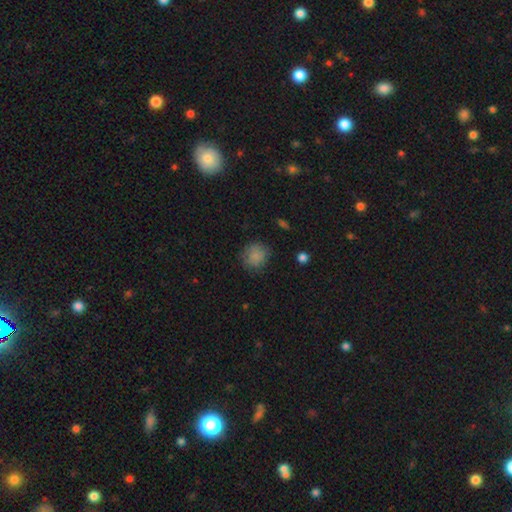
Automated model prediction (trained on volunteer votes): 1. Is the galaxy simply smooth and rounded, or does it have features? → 84% smooth, 10% star or artifact, 7% featured or disk.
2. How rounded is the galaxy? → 84% round, 15% in between, 1% cigar-shaped.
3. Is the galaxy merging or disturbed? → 77% none, 17% minor disturbance, 5% major disturbance, 1% merger.